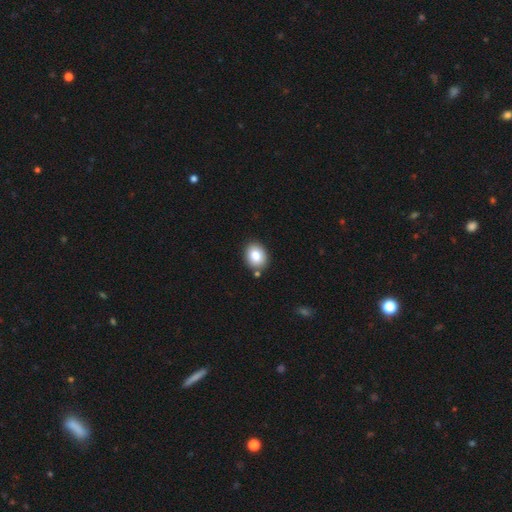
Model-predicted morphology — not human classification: Smooth or featured? smooth (82%)
How rounded? in between (52%)
Merging? none (84%)